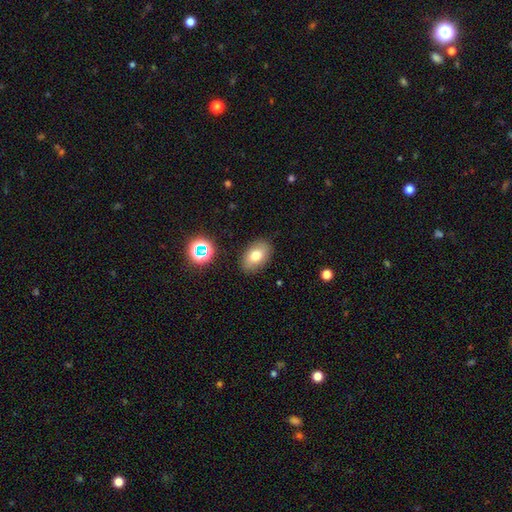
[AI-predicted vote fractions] Smooth or featured? Predicted: smooth (p=0.75). How rounded? Predicted: in between (p=0.88). Merging? Predicted: none (p=0.86).